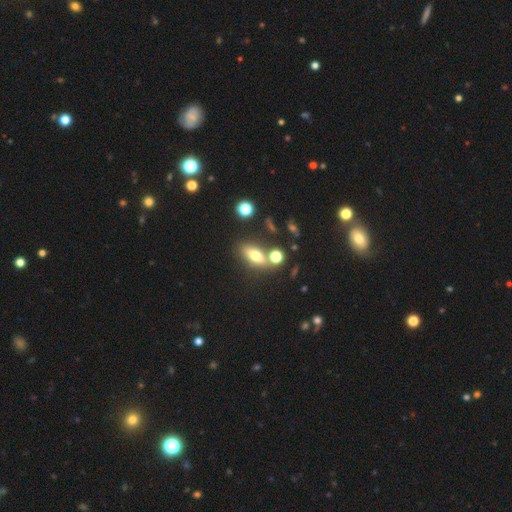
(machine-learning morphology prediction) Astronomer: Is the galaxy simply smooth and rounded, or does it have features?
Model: smooth — 64%.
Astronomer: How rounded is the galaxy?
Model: in between — 67%.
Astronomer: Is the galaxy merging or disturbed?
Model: none — 65%.